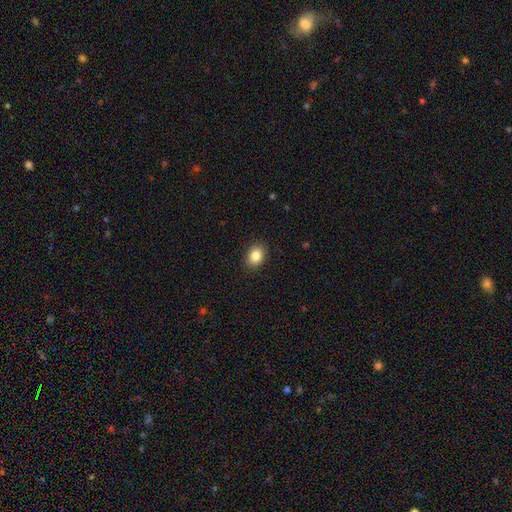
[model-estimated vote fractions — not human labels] A smooth galaxy with no disk features (85%) that is in between round and cigar-shaped (66%). Merging: none (88%).